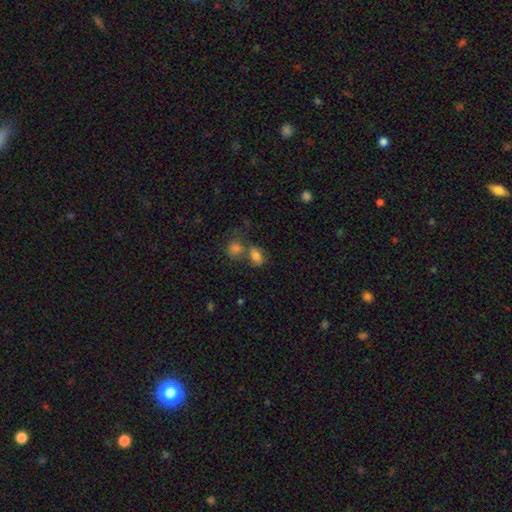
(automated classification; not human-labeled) Smooth or featured?
  - smooth: 77% *
  - star or artifact: 12%
  - featured or disk: 11%
How rounded?
  - in between: 78% *
  - round: 19%
  - cigar-shaped: 2%
Merging?
  - merger: 45% *
  - none: 34%
  - minor disturbance: 13%
  - major disturbance: 7%